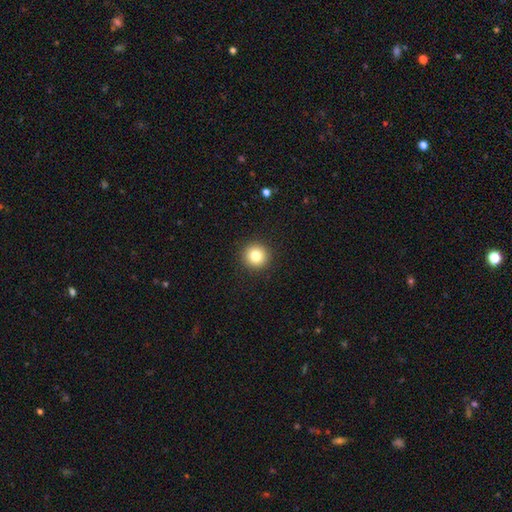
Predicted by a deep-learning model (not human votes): Morphology: type=smooth (81%); roundness=round (95%); merging=none (93%).